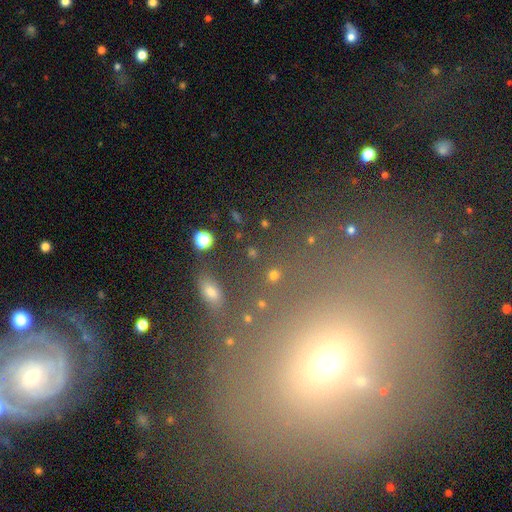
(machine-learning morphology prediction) type=smooth (53%); roundness=in between (59%); merging=none (78%).